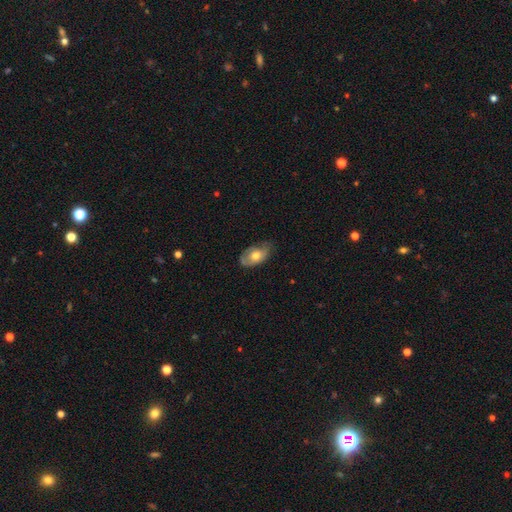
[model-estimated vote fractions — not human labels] smooth 59%, featured or disk 35%, star or artifact 7%. Down the decision tree: how rounded — in between (90%); merging — none (57%).